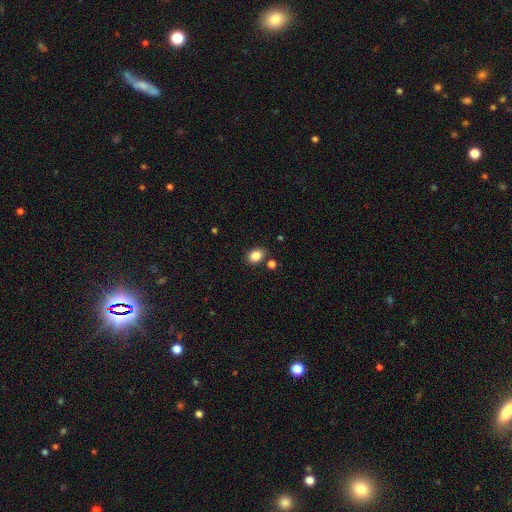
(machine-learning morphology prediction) A smooth galaxy with no disk features (85%) that is in between round and cigar-shaped (65%). Merging: none (83%).